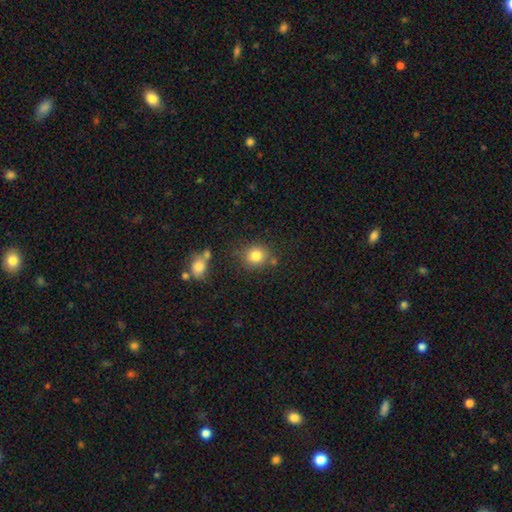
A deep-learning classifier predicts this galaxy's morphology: type=smooth (83%); roundness=round (85%); merging=none (74%).